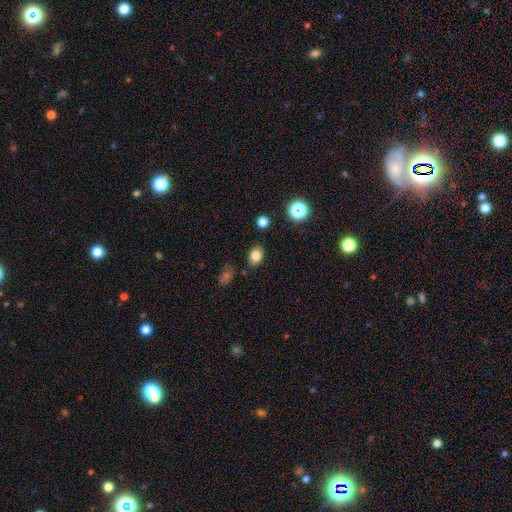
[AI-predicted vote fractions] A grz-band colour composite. It shows a smooth galaxy with no disk features (80%) that is in between round and cigar-shaped (66%). Merging: none (82%).